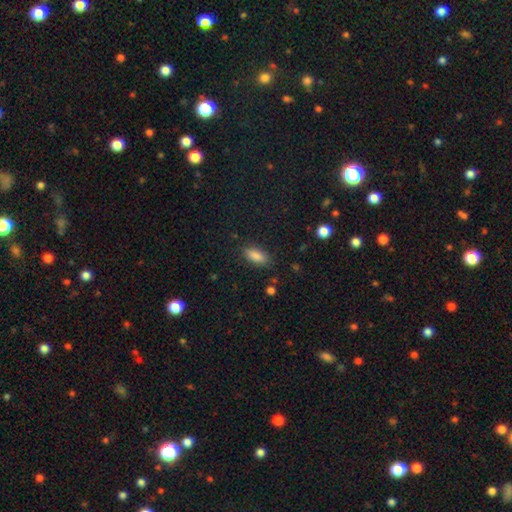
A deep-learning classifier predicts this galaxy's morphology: Q: Smooth or featured?
A: smooth (86%); runner-up: star or artifact (8%)
Q: How rounded?
A: in between (83%); runner-up: cigar-shaped (14%)
Q: Merging?
A: none (85%); runner-up: minor disturbance (11%)